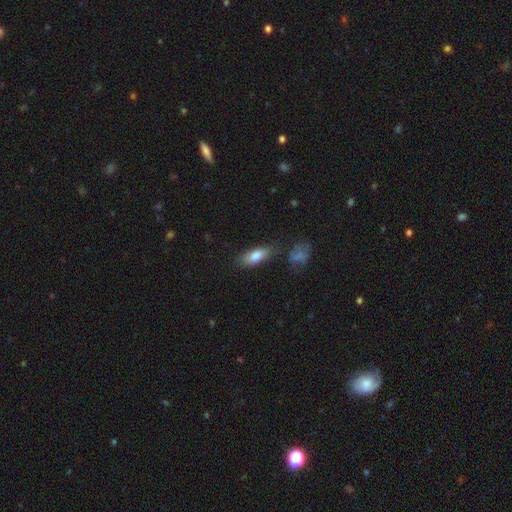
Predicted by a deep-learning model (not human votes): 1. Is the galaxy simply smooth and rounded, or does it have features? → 80% smooth, 13% featured or disk, 7% star or artifact.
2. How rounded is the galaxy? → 76% in between, 21% cigar-shaped, 3% round.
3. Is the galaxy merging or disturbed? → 70% none, 18% minor disturbance, 7% merger, 5% major disturbance.